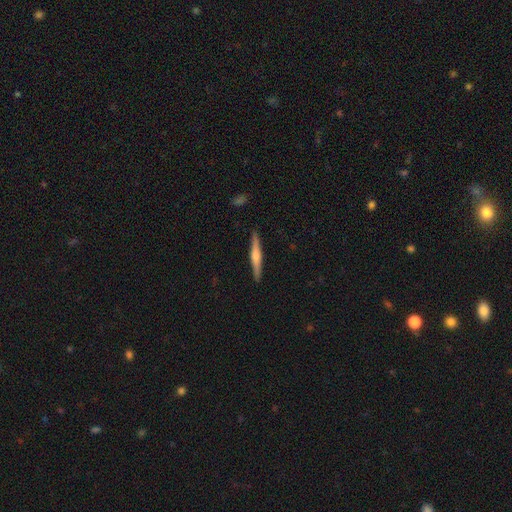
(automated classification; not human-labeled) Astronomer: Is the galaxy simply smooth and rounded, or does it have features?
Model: featured or disk — 65%.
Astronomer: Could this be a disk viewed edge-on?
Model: yes — 98%.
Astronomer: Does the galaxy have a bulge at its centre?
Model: rounded — 78%.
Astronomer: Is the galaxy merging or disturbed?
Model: none — 92%.